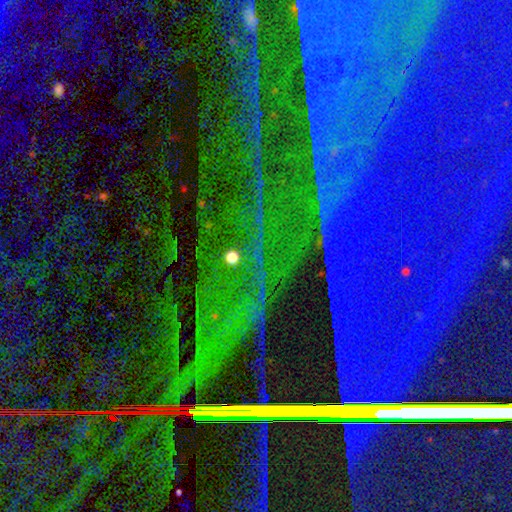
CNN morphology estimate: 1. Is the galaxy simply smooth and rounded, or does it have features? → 87% star or artifact, 8% featured or disk, 5% smooth.